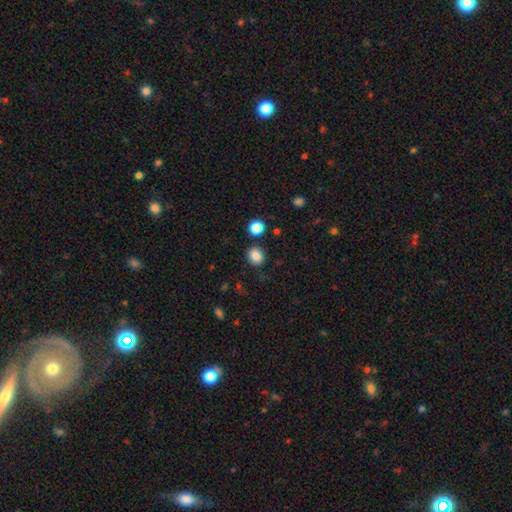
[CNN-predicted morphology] type=smooth (85%); roundness=round (70%); merging=none (84%).